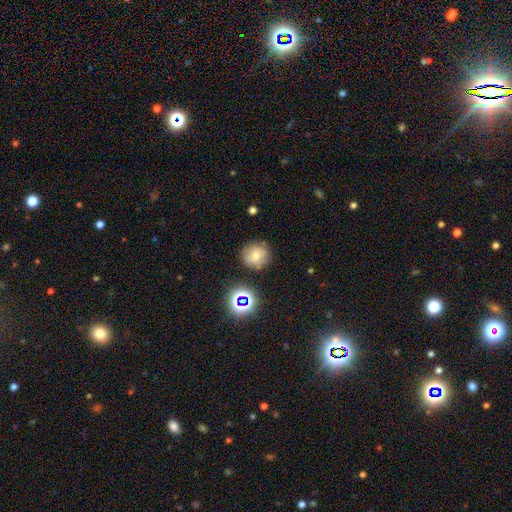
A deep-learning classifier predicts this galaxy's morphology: Smooth or featured: smooth — 53% (star or artifact — 27%)
How rounded: round — 87% (in between — 12%)
Merging: none — 82% (minor disturbance — 12%)